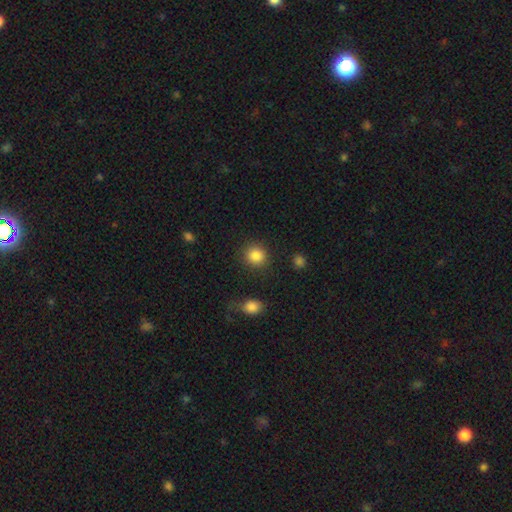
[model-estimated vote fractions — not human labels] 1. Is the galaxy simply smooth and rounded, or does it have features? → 86% smooth, 10% star or artifact, 4% featured or disk.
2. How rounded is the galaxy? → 88% round, 11% in between, 1% cigar-shaped.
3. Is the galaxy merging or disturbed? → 86% none, 8% minor disturbance, 4% major disturbance, 3% merger.